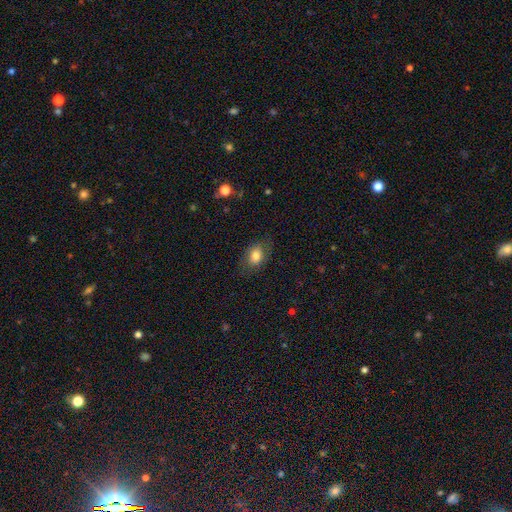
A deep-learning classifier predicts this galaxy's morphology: Smooth or featured?
  - smooth: 78% *
  - featured or disk: 13%
  - star or artifact: 9%
How rounded?
  - in between: 76% *
  - round: 22%
  - cigar-shaped: 2%
Merging?
  - none: 76% *
  - minor disturbance: 16%
  - major disturbance: 6%
  - merger: 1%